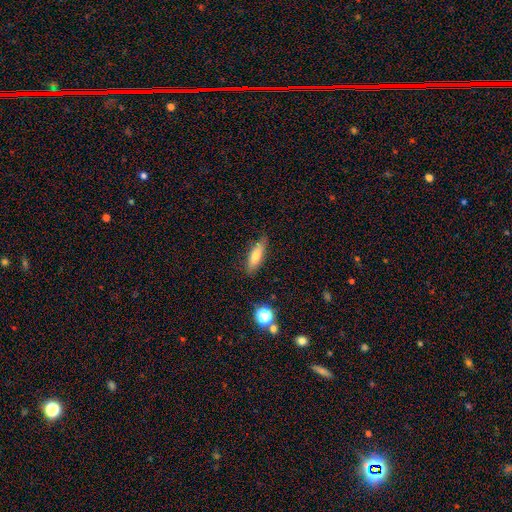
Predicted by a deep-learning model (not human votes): Q: Smooth or featured?
A: smooth (71%); runner-up: featured or disk (21%)
Q: How rounded?
A: cigar-shaped (59%); runner-up: in between (39%)
Q: Merging?
A: none (84%); runner-up: minor disturbance (12%)